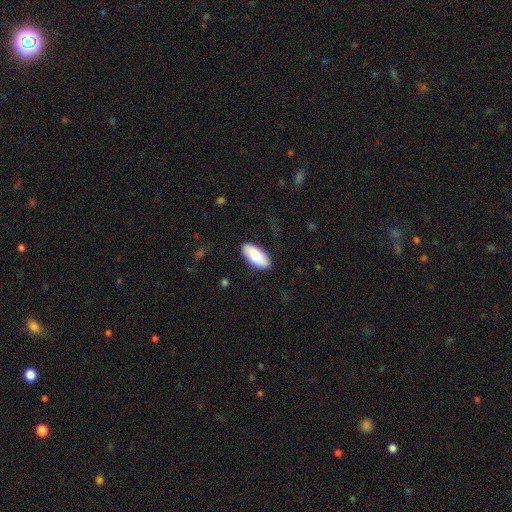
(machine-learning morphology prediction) Smooth or featured? smooth (87%)
How rounded? in between (90%)
Merging? none (86%)